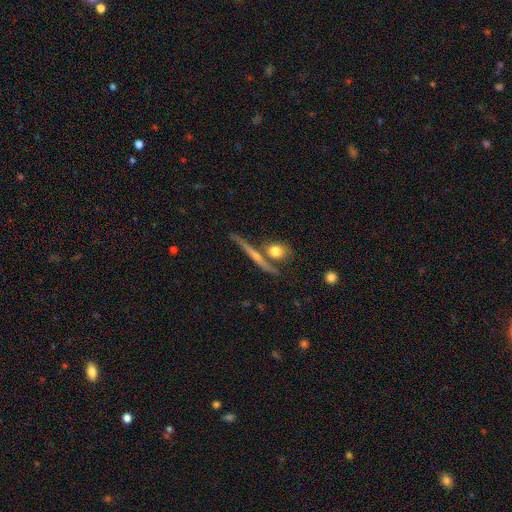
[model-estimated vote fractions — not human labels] This is possibly a featured or disk galaxy (59%). It is clearly viewed edge-on (85%). Merging: likely none (63%).